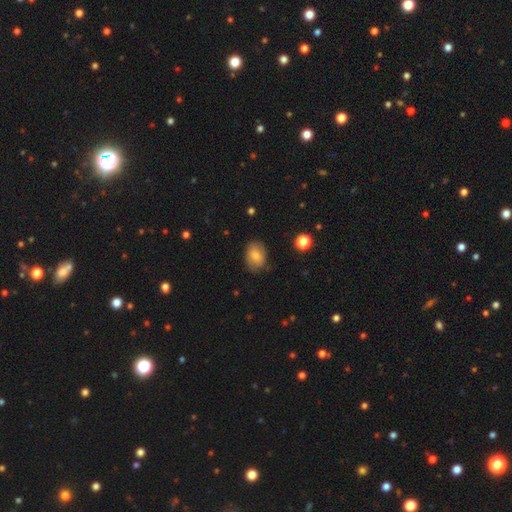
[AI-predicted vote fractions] smooth_or_featured: smooth (p=0.68) [alt: featured or disk p=0.23]
how_rounded: in between (p=0.73) [alt: round p=0.25]
merging: none (p=0.72) [alt: minor disturbance p=0.21]